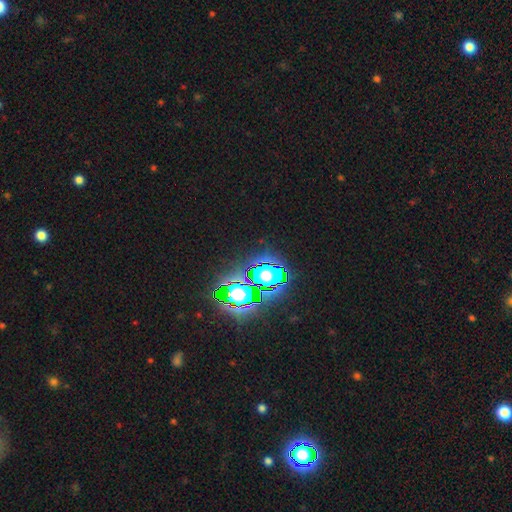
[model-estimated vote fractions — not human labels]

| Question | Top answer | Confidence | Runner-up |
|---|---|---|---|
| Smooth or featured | star or artifact | 82% | smooth (11%) |